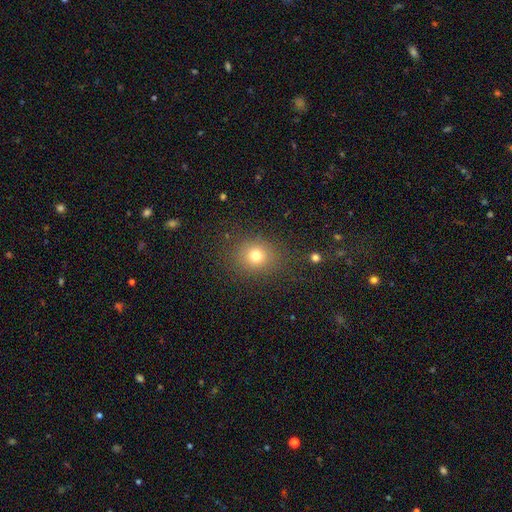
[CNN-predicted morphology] smooth-or-featured: smooth: 75% | star or artifact: 16% | featured or disk: 9%
  how-rounded: round: 73% | in between: 26% | cigar-shaped: 1%
  merging: none: 83% | minor disturbance: 10% | major disturbance: 5% | merger: 2%